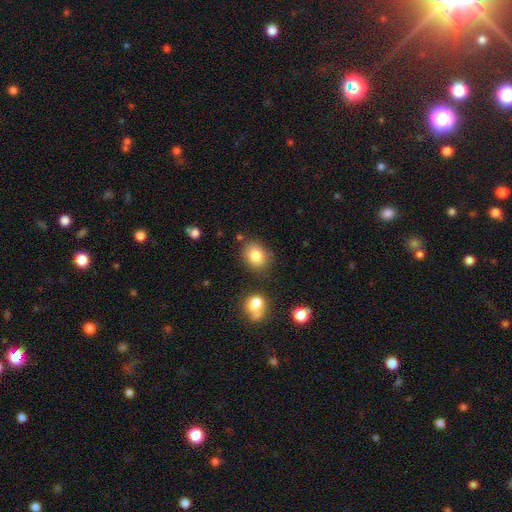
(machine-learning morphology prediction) Q: Smooth or featured?
A: smooth (82%); runner-up: star or artifact (10%)
Q: How rounded?
A: in between (51%); runner-up: round (48%)
Q: Merging?
A: none (78%); runner-up: minor disturbance (13%)